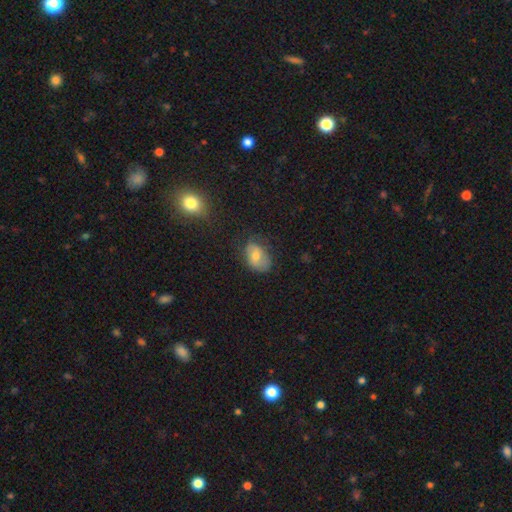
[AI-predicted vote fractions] Smooth or featured?
  - smooth: 63% *
  - featured or disk: 27%
  - star or artifact: 10%
How rounded?
  - in between: 83% *
  - round: 16%
  - cigar-shaped: 1%
Merging?
  - none: 61% *
  - minor disturbance: 28%
  - major disturbance: 10%
  - merger: 2%